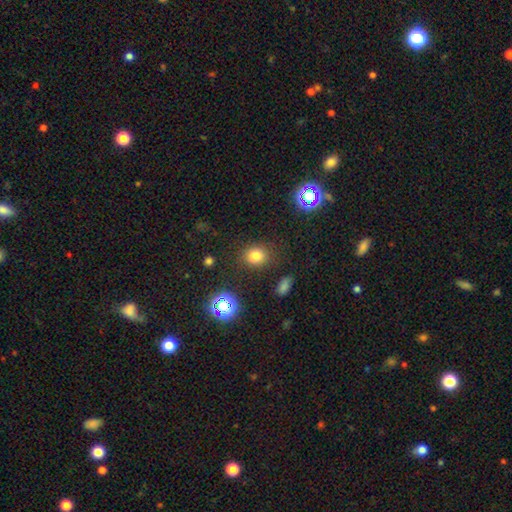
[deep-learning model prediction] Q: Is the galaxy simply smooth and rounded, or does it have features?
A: smooth — 74%.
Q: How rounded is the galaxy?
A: round — 67%.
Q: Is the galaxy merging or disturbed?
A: none — 81%.